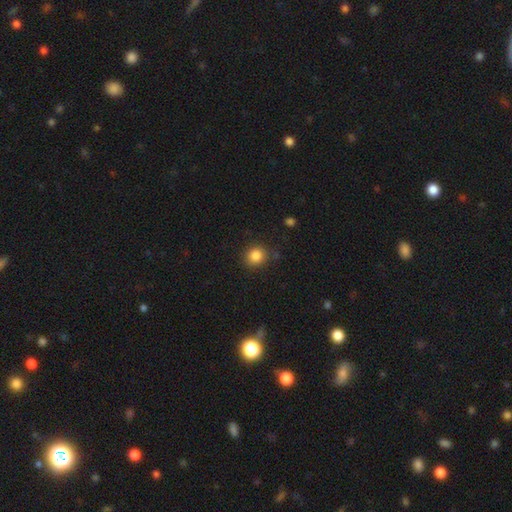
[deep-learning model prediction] This is clearly a smooth galaxy (85%). How rounded: clearly round (85%). Merging: clearly none (86%).